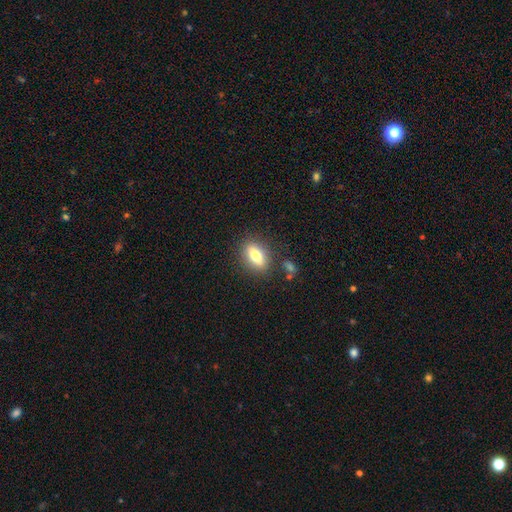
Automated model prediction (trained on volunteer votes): This is likely a smooth galaxy (64%). How rounded: likely in between (70%). Merging: clearly none (84%).